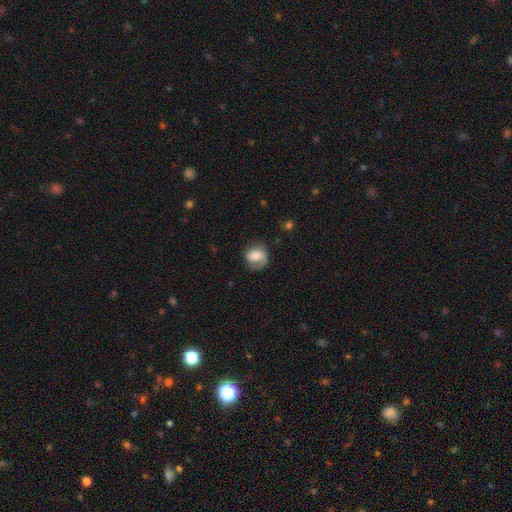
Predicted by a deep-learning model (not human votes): Overall: smooth (51%; featured or disk 41%). How rounded: round (65%; in between 34%). Merging: none (58%; minor disturbance 24%).